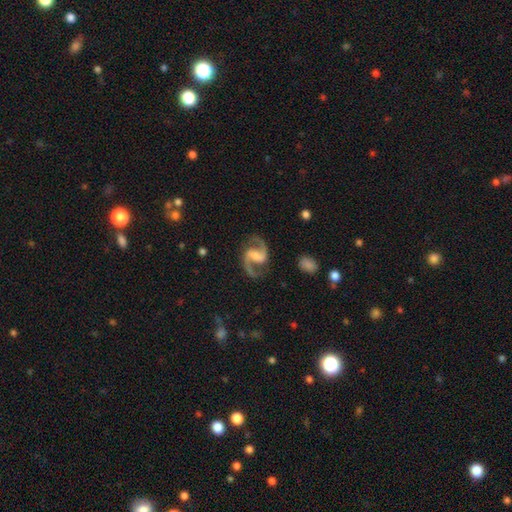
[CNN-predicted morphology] A featured or disk galaxy (93%) with a weak bar (46%), 2 (95%) medium (63%) spiral arms (98%) and no central bulge (36%). Merging: none (83%).